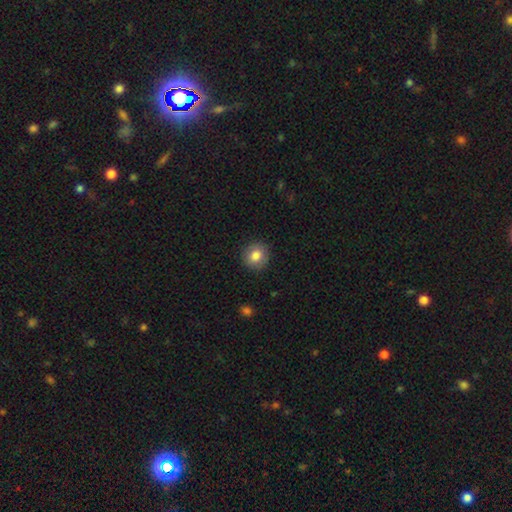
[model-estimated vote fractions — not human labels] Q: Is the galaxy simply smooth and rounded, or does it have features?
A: smooth — 82%.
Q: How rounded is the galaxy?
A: round — 87%.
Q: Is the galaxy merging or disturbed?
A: none — 89%.